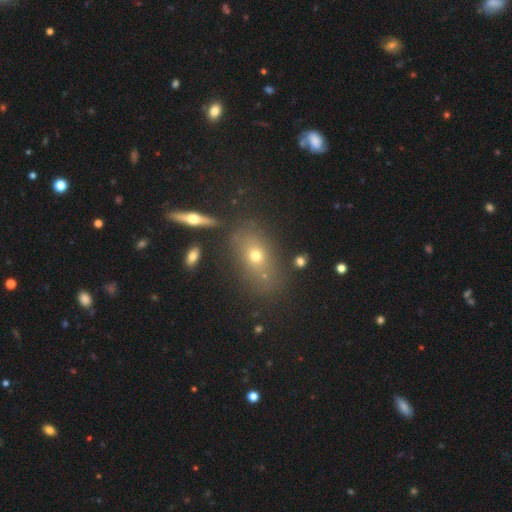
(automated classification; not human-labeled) smooth-or-featured: smooth: 56% | featured or disk: 26% | star or artifact: 19%
  how-rounded: in between: 69% | round: 24% | cigar-shaped: 7%
  merging: none: 72% | minor disturbance: 14% | merger: 9% | major disturbance: 5%